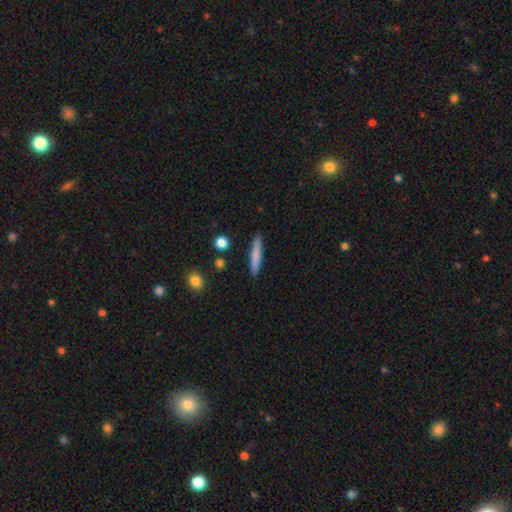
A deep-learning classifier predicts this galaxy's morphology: Smooth or featured?
  - smooth: 76% *
  - featured or disk: 18%
  - star or artifact: 6%
How rounded?
  - cigar-shaped: 93% *
  - in between: 6%
  - round: 2%
Merging?
  - none: 89% *
  - minor disturbance: 7%
  - merger: 2%
  - major disturbance: 2%